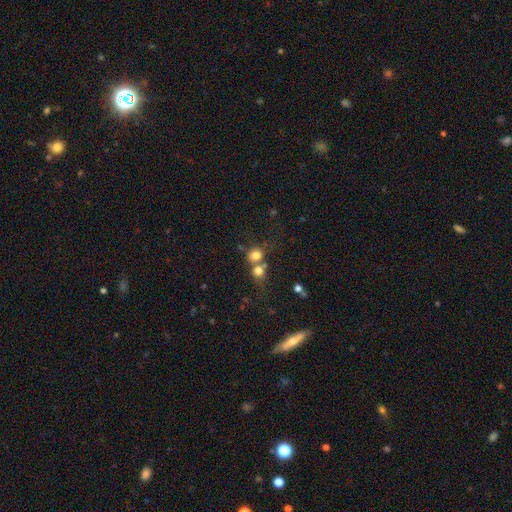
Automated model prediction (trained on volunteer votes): The model was most divided on "merging": merger: 48%, none: 39%, minor disturbance: 8%, major disturbance: 5%. More confident: how rounded — round (77%); smooth or featured — smooth (76%).